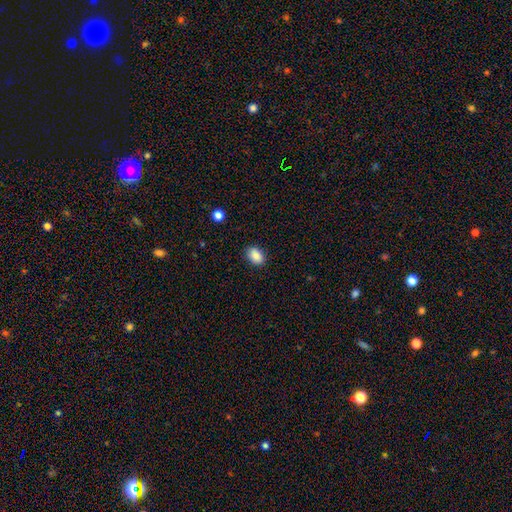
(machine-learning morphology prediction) Smooth or featured? smooth (87%)
How rounded? in between (80%)
Merging? none (88%)